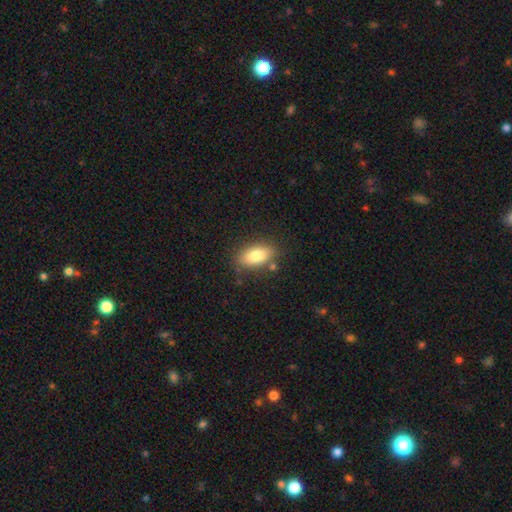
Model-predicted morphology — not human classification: smooth 82%, featured or disk 11%, star or artifact 7%. Down the decision tree: how rounded — in between (90%); merging — none (79%).